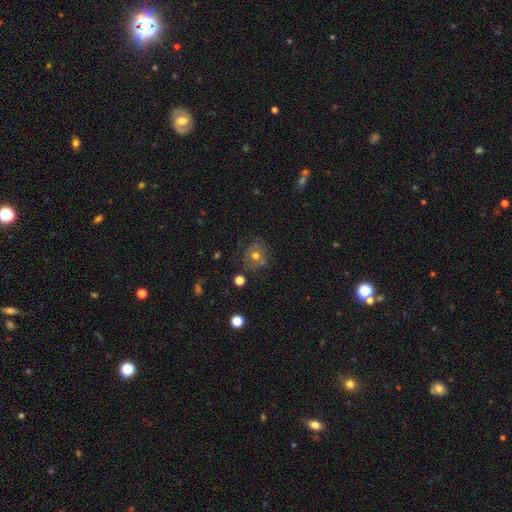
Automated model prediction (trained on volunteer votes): Smooth or featured?
  - smooth: 57% *
  - featured or disk: 28%
  - star or artifact: 15%
How rounded?
  - round: 76% *
  - in between: 23%
  - cigar-shaped: 1%
Merging?
  - none: 61% *
  - minor disturbance: 19%
  - merger: 11%
  - major disturbance: 9%